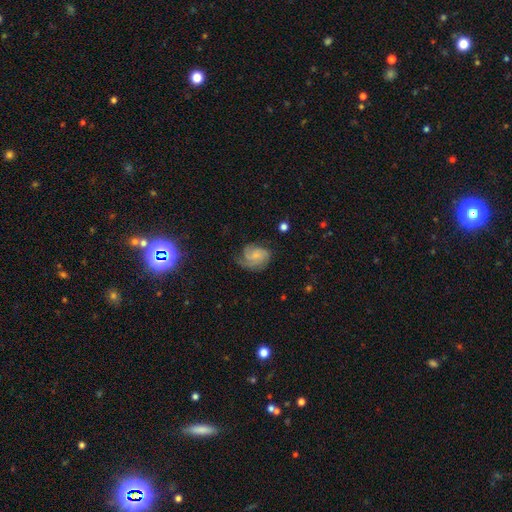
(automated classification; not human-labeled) This is likely a featured or disk galaxy (71%). It is clearly not viewed edge-on (98%). Bar: likely no (66%). Spiral arm pattern: clearly yes (95%). Spiral arm count: marginally 3 (31%). Spiral winding: possibly tight (45%). Central bulge: possibly small (51%). Merging: likely none (60%).